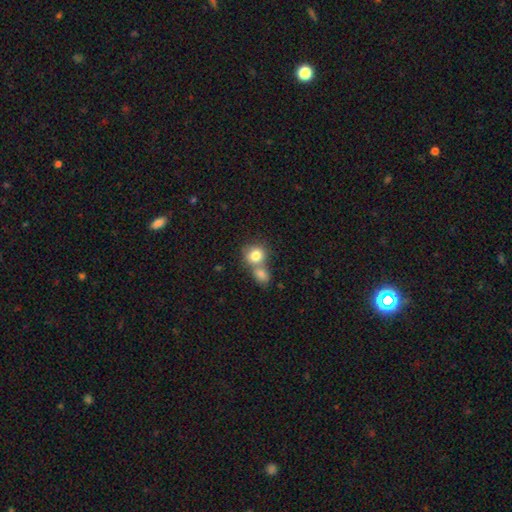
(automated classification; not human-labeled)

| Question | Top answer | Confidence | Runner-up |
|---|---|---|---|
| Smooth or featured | smooth | 82% | featured or disk (10%) |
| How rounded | round | 76% | in between (23%) |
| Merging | merger | 53% | none (36%) |